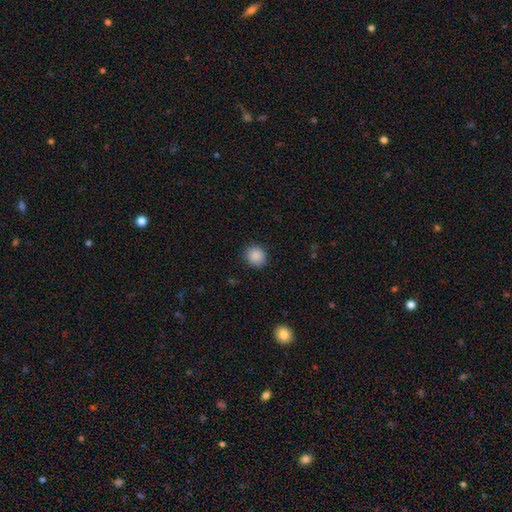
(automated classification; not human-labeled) This appears to be a smooth galaxy with no disk features (89%) that is round (85%). Merging: none (89%).